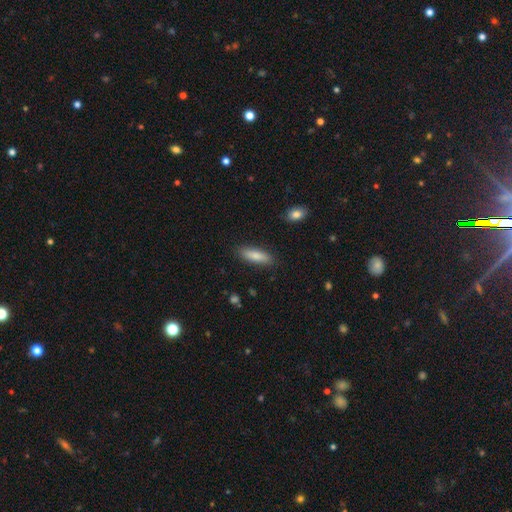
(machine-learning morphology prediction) A smooth galaxy with no disk features (81%) that is cigar-shaped (53%). Merging: none (87%).